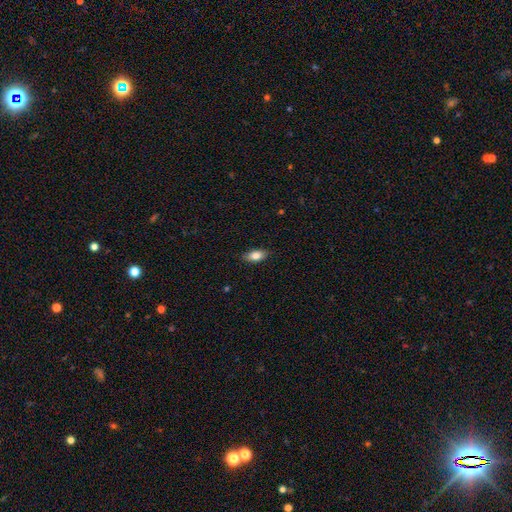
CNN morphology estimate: A smooth galaxy with no disk features (82%) that is in between round and cigar-shaped (88%). Merging: none (85%).